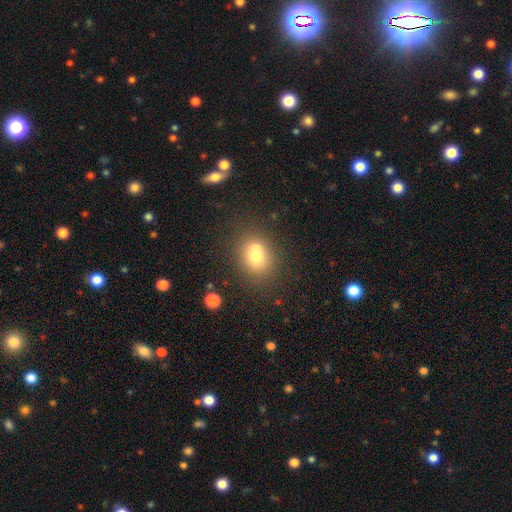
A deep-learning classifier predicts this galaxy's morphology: smooth_or_featured: smooth (p=0.69) [alt: featured or disk p=0.18]
how_rounded: round (p=0.62) [alt: in between p=0.37]
merging: none (p=0.54) [alt: merger p=0.28]